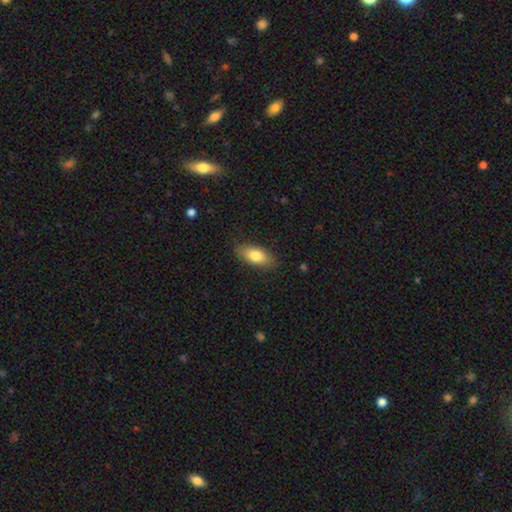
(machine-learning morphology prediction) Overall: smooth (79%). How rounded: in between (85%). Merging: none (83%).